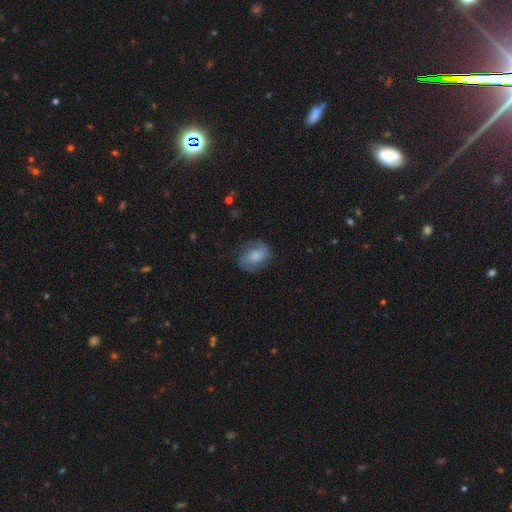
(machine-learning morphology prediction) type=featured or disk (50%); merging=none (72%).